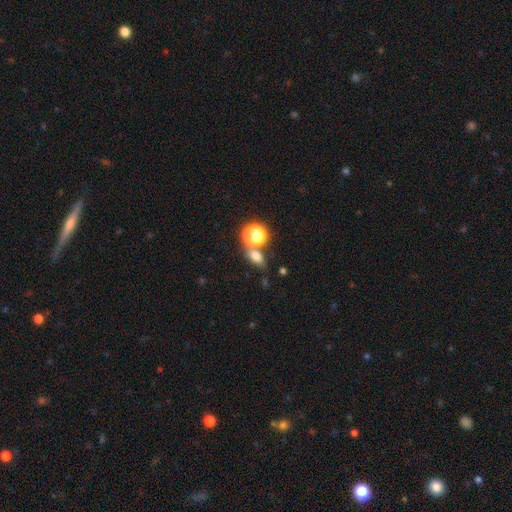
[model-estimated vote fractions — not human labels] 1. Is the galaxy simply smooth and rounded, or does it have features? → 70% smooth, 20% star or artifact, 11% featured or disk.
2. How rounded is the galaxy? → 67% in between, 30% round, 4% cigar-shaped.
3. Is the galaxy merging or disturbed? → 59% none, 23% merger, 12% minor disturbance, 5% major disturbance.